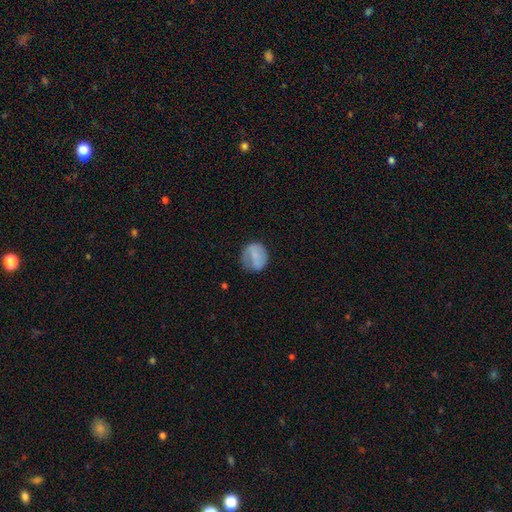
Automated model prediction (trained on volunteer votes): Smooth or featured?
  - smooth: 67% *
  - featured or disk: 25%
  - star or artifact: 8%
How rounded?
  - round: 72% *
  - in between: 27%
  - cigar-shaped: 1%
Merging?
  - none: 56% *
  - minor disturbance: 27%
  - major disturbance: 15%
  - merger: 2%